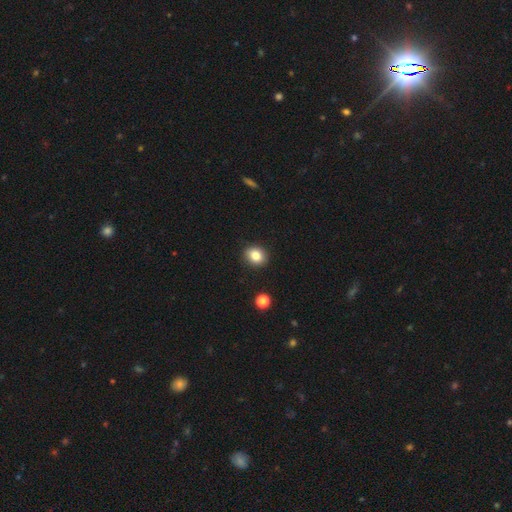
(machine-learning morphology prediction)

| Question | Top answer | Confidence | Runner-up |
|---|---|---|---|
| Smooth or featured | smooth | 83% | star or artifact (10%) |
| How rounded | round | 62% | in between (37%) |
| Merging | none | 90% | minor disturbance (7%) |